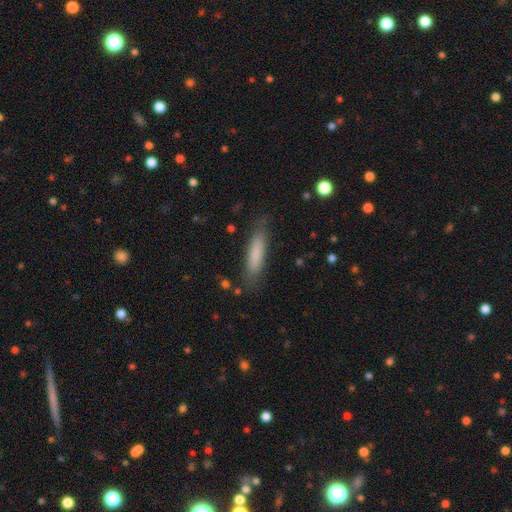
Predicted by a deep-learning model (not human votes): Overall: smooth (80%). How rounded: cigar-shaped (79%). Merging: none (81%).